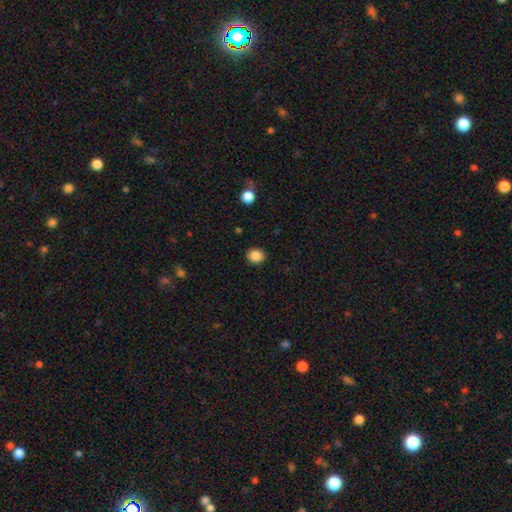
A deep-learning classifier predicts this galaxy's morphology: This appears to be a smooth galaxy with no disk features (86%) that is round (79%). Merging: none (90%).